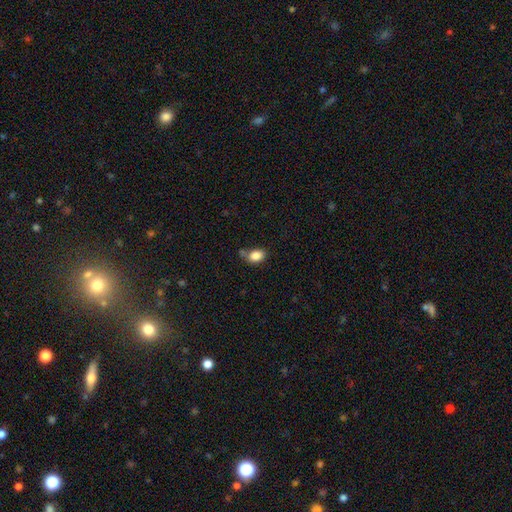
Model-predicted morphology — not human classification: Smooth or featured?
  - smooth: 85% *
  - star or artifact: 9%
  - featured or disk: 6%
How rounded?
  - in between: 78% *
  - round: 20%
  - cigar-shaped: 1%
Merging?
  - none: 58% *
  - minor disturbance: 22%
  - merger: 14%
  - major disturbance: 7%